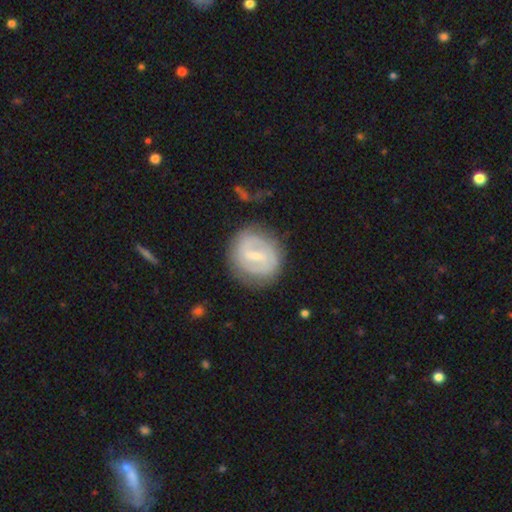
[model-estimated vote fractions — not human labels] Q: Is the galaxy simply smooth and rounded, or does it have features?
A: featured or disk — 69%.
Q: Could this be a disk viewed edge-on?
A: no — 97%.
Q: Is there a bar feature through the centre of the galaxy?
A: weak — 48%.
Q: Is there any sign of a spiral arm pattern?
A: yes — 75%.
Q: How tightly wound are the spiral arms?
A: tight — 51%.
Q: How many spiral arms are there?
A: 2 — 67%.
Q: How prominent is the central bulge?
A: small — 51%.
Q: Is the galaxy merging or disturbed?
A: none — 74%.